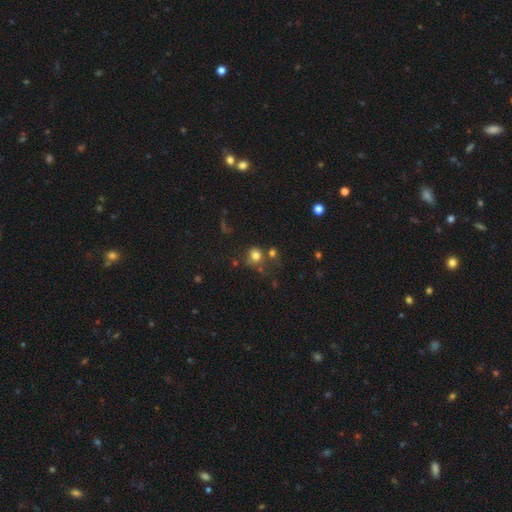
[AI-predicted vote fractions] Smooth or featured? Predicted: smooth (p=0.76). How rounded? Predicted: round (p=0.80). Merging? Predicted: none (p=0.58).